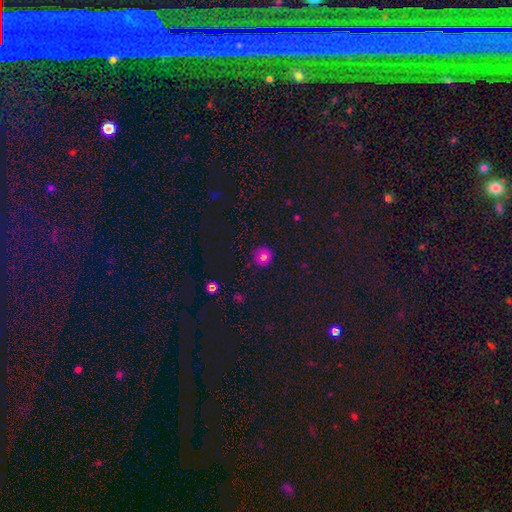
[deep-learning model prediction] smooth-or-featured: smooth: 68% | star or artifact: 21% | featured or disk: 11%
  how-rounded: round: 92% | in between: 7% | cigar-shaped: 1%
  merging: none: 87% | minor disturbance: 9% | major disturbance: 3% | merger: 1%